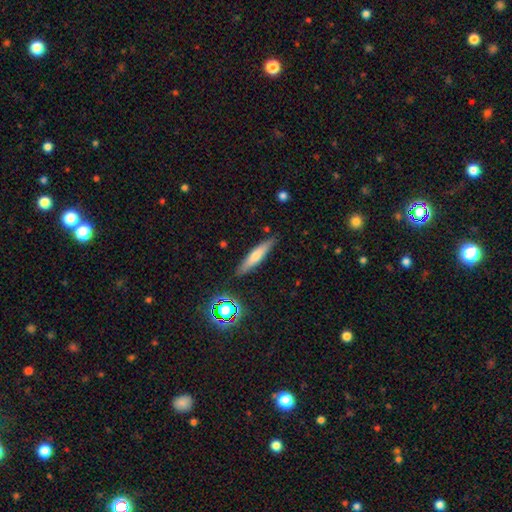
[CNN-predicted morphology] A smooth galaxy with no disk features (56%) that is cigar-shaped (84%).

Vote fractions:
- Smooth or featured? smooth: 56% / featured or disk: 34% / star or artifact: 10%
- How rounded? cigar-shaped: 84% / in between: 14% / round: 2%
- Merging? none: 87% / minor disturbance: 9% / major disturbance: 2% / merger: 2%